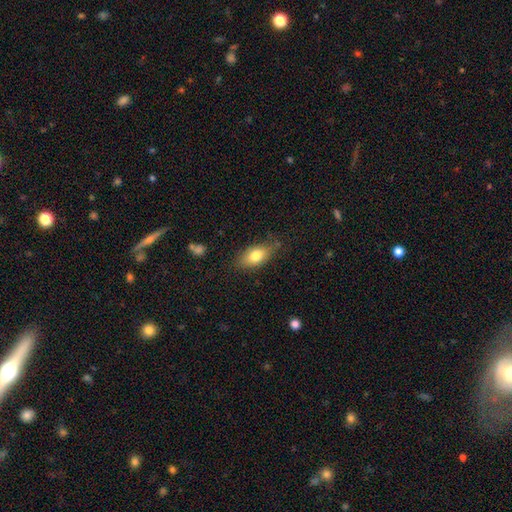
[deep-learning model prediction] This is likely a smooth galaxy (78%). How rounded: clearly in between (87%). Merging: likely none (75%).